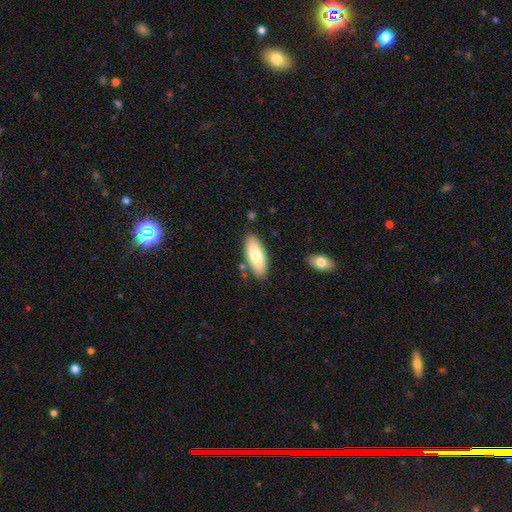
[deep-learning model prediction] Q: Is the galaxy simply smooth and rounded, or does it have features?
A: smooth — 75%.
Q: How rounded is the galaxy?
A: in between — 78%.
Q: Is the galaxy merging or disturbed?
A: none — 83%.